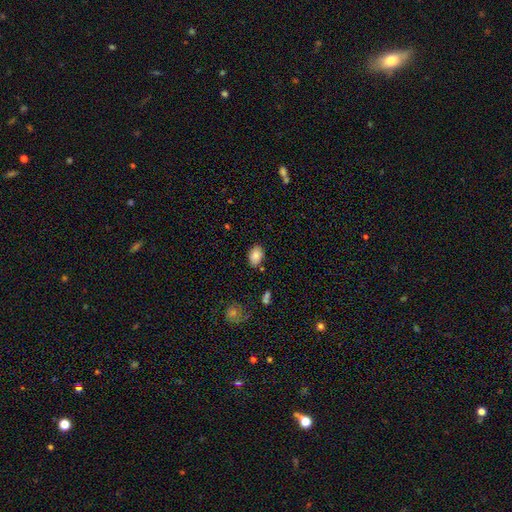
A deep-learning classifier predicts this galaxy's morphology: A smooth galaxy with no disk features (84%) that is in between round and cigar-shaped (85%). Merging: none (78%).